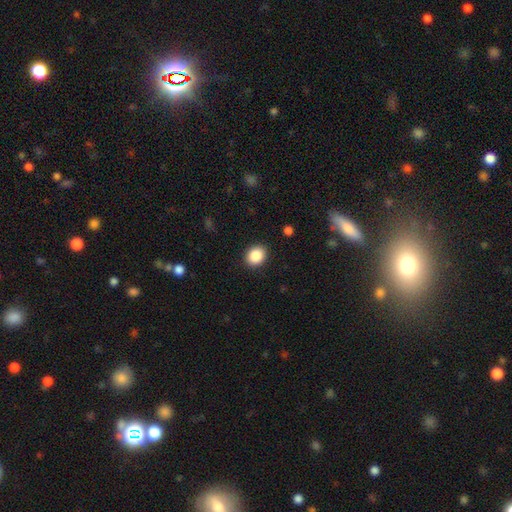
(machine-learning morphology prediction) Smooth or featured?
  - smooth: 88% *
  - star or artifact: 9%
  - featured or disk: 4%
How rounded?
  - round: 58% *
  - in between: 41%
  - cigar-shaped: 1%
Merging?
  - none: 91% *
  - minor disturbance: 6%
  - major disturbance: 2%
  - merger: 1%